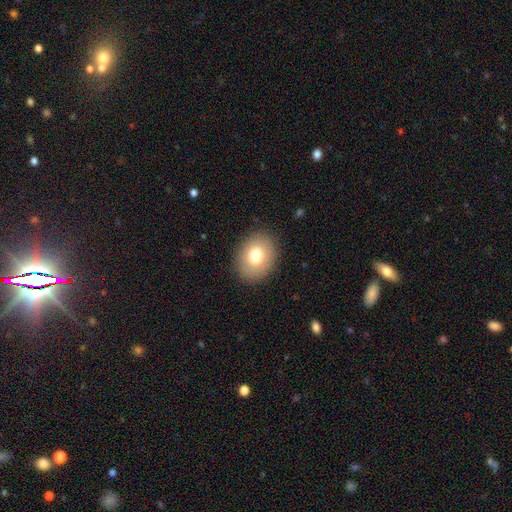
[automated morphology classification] smooth_or_featured: smooth (p=0.74) [alt: featured or disk p=0.16]
how_rounded: in between (p=0.54) [alt: round p=0.45]
merging: none (p=0.88) [alt: minor disturbance p=0.08]